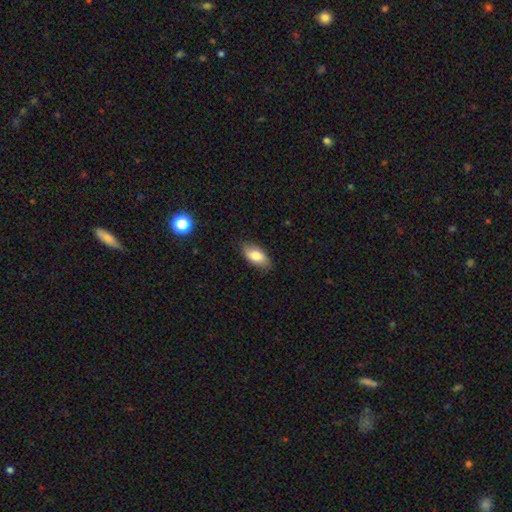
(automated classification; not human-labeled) smooth 81%, featured or disk 13%, star or artifact 7%. Down the decision tree: how rounded — in between (90%); merging — none (85%).